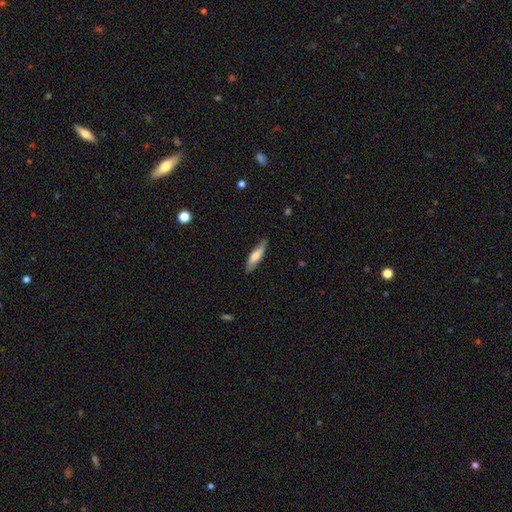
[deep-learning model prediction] Smooth or featured: smooth — 70% (featured or disk — 24%)
How rounded: cigar-shaped — 73% (in between — 25%)
Merging: none — 79% (minor disturbance — 17%)